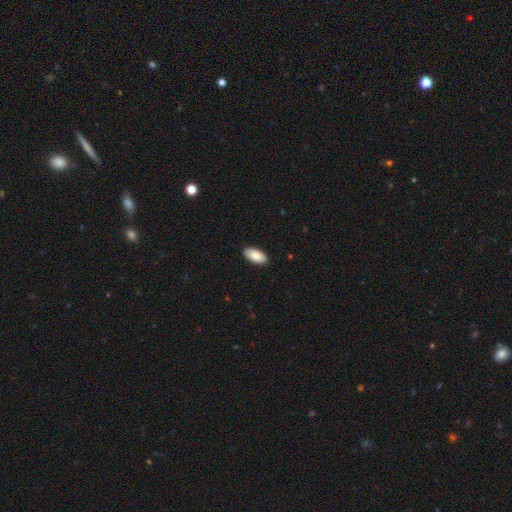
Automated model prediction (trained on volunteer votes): Smooth or featured? smooth (86%)
How rounded? in between (94%)
Merging? none (90%)